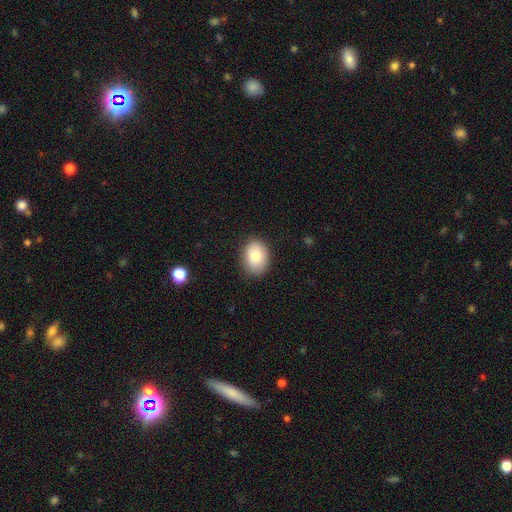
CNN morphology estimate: Q: Smooth or featured?
A: smooth (81%); runner-up: featured or disk (12%)
Q: How rounded?
A: in between (69%); runner-up: round (30%)
Q: Merging?
A: none (84%); runner-up: minor disturbance (12%)